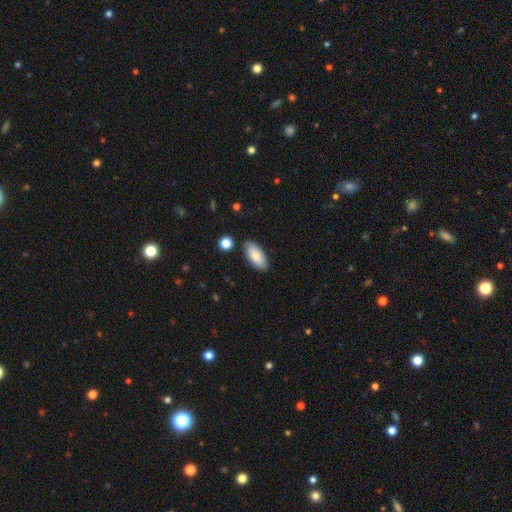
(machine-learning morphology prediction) smooth 80%, featured or disk 14%, star or artifact 6%. Down the decision tree: how rounded — in between (90%); merging — none (84%).